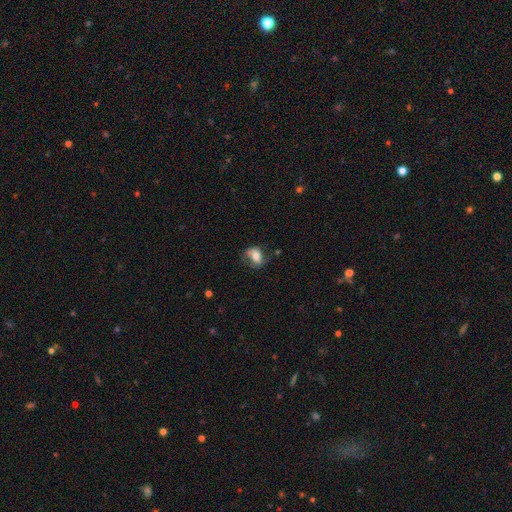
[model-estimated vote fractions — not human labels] This appears to be a smooth galaxy with no disk features (56%) that is in between round and cigar-shaped (71%). Merging: none (56%).